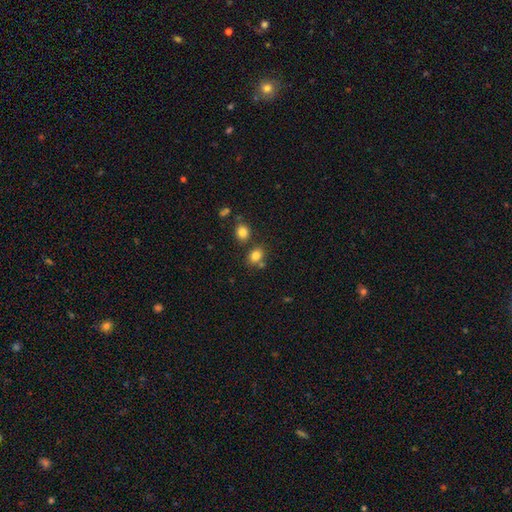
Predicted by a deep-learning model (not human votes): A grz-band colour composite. It shows a smooth galaxy with no disk features (80%) that is round (51%). Merging: none (67%).